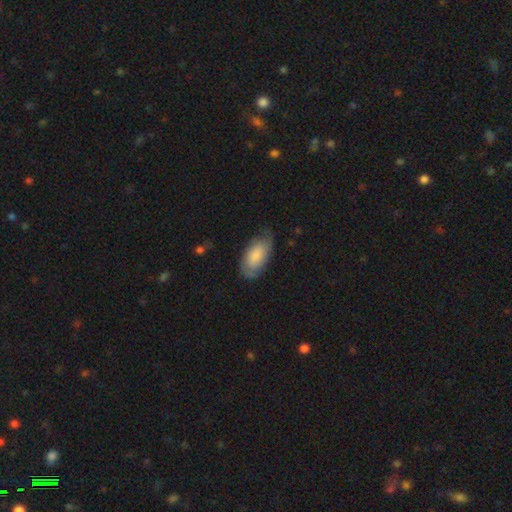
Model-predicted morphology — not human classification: The model was most divided on "merging": none: 65%, minor disturbance: 26%, major disturbance: 7%, merger: 1%. More confident: how rounded — in between (93%); smooth or featured — smooth (73%).